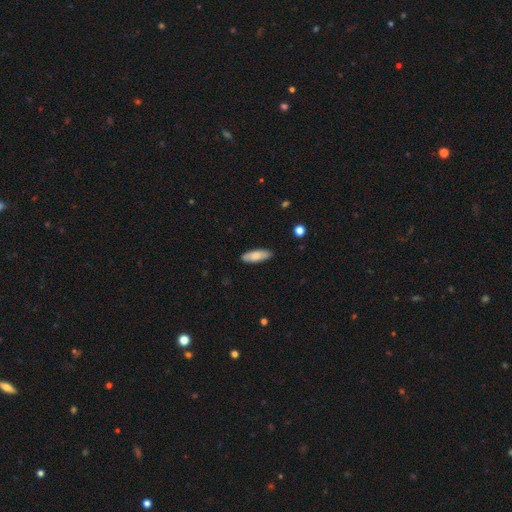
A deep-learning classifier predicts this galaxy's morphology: Overall: smooth (78%). How rounded: in between (66%; cigar-shaped 32%). Merging: none (87%).